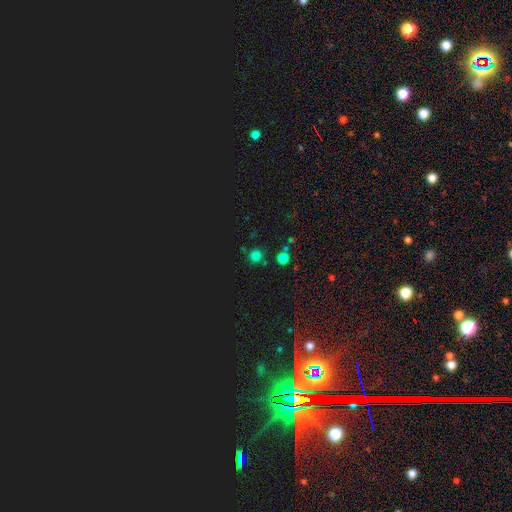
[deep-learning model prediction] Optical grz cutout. It shows a smooth galaxy with no disk features (65%) that is round (93%). Merging: none (80%).